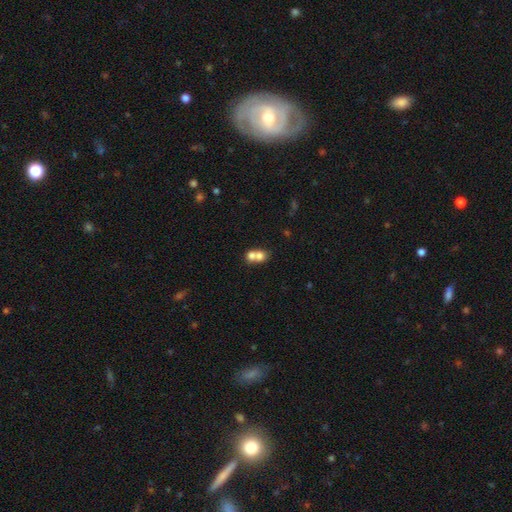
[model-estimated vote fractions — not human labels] Q: Smooth or featured?
A: smooth (71%); runner-up: featured or disk (19%)
Q: How rounded?
A: round (66%); runner-up: in between (32%)
Q: Merging?
A: merger (70%); runner-up: none (22%)